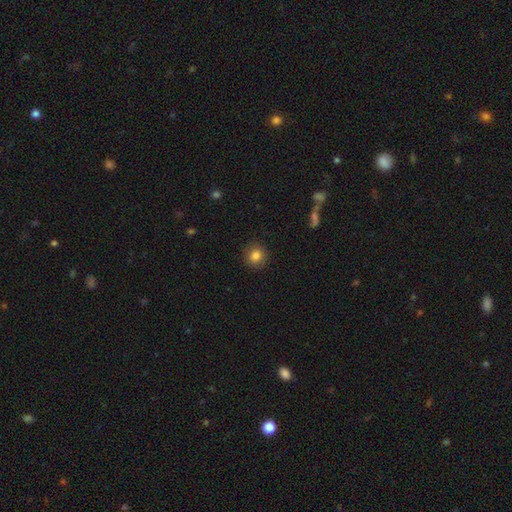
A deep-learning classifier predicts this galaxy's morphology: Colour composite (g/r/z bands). It shows a smooth galaxy with no disk features (82%) that is round (91%). Merging: none (90%).